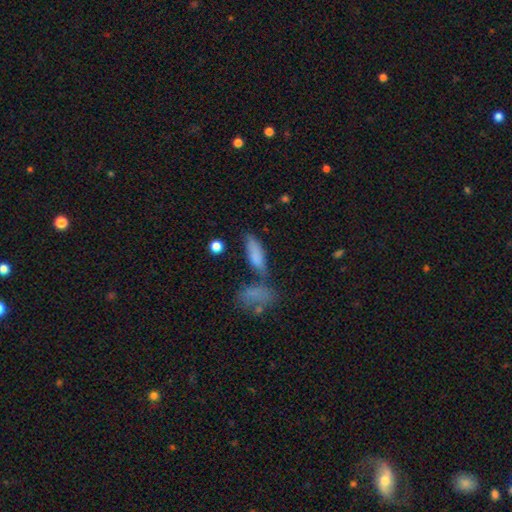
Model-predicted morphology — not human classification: The model was most divided on "how rounded": in between: 50%, cigar-shaped: 46%, round: 3%. More confident: smooth or featured — smooth (78%); merging — none (54%).